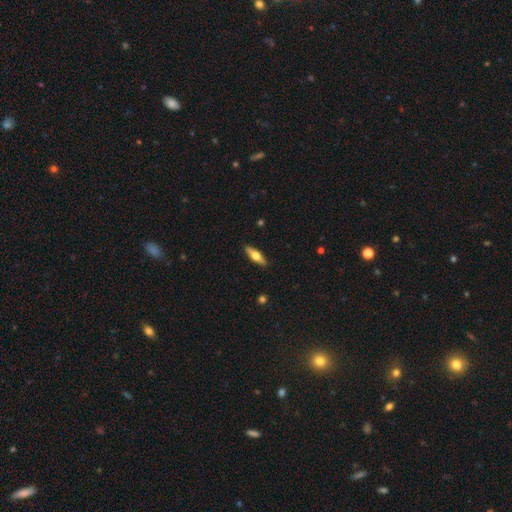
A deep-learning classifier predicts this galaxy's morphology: A featured or disk galaxy (53%) viewed edge-on (92%). Merging: none (90%).